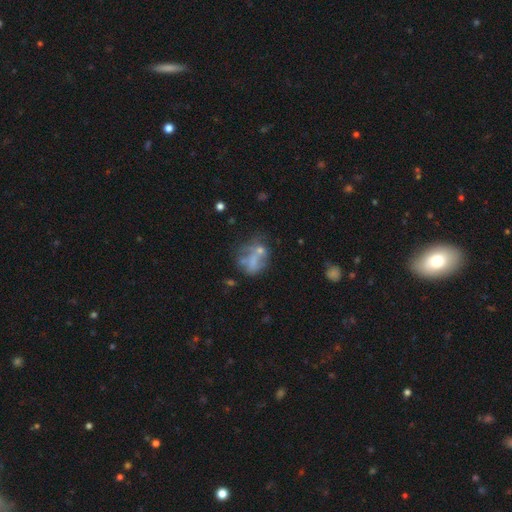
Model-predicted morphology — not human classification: A featured or disk galaxy (44%).

Vote fractions:
- Smooth or featured? featured or disk: 44% / smooth: 36% / star or artifact: 20%
- Merging? none: 35% / merger: 27% / major disturbance: 20% / minor disturbance: 17%